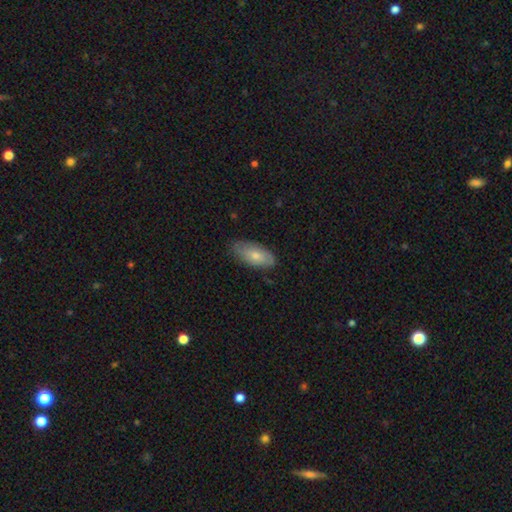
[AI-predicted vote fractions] smooth-or-featured: smooth: 68% | featured or disk: 27% | star or artifact: 6%
  how-rounded: in between: 89% | cigar-shaped: 8% | round: 3%
  merging: none: 76% | minor disturbance: 20% | major disturbance: 4% | merger: 1%